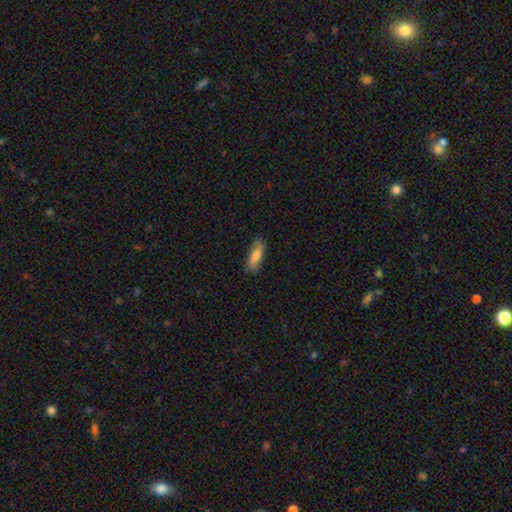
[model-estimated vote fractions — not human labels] Morphology: type=smooth (68%); roundness=in between (57%); merging=none (79%).